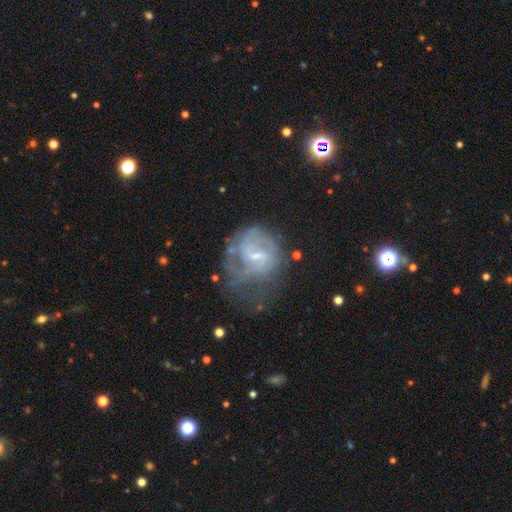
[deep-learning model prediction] Smooth or featured? featured or disk (74%)
Edge-on disk? no (98%)
Bar? weak (58%)
Spiral arms? yes (80%)
Spiral winding? tight (43%)
Spiral arm count? can't tell (41%)
Bulge size? small (65%)
Merging? none (39%)